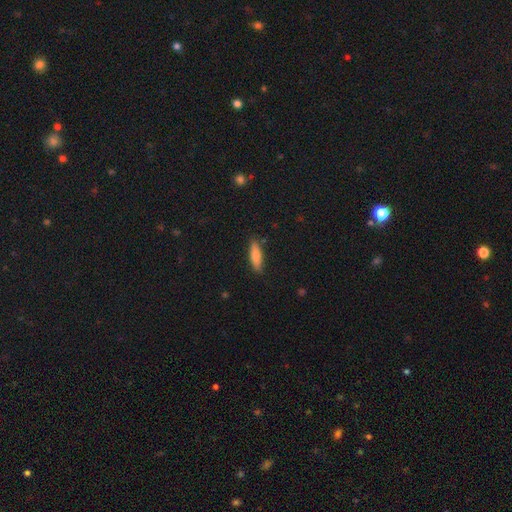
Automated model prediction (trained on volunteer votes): Q: Smooth or featured?
A: smooth (82%); runner-up: featured or disk (12%)
Q: How rounded?
A: cigar-shaped (62%); runner-up: in between (36%)
Q: Merging?
A: none (85%); runner-up: minor disturbance (11%)